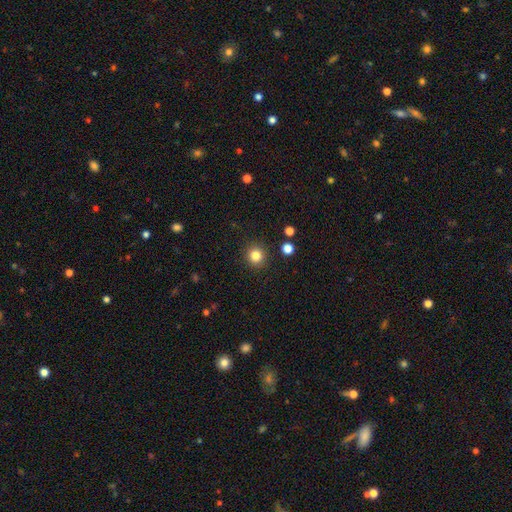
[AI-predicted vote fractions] A smooth galaxy with no disk features (83%) that is round (93%). Merging: none (91%).